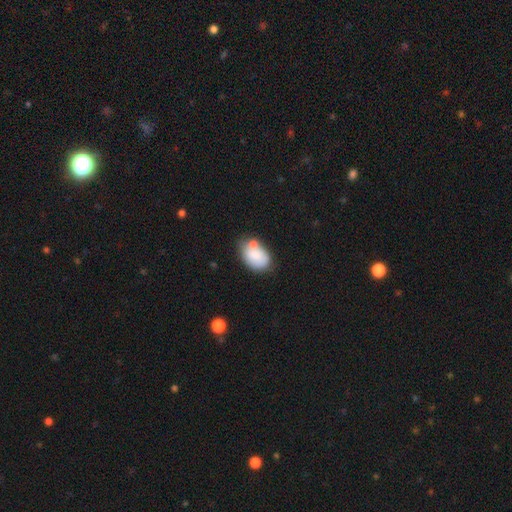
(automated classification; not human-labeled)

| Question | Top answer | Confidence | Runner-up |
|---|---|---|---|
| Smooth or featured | smooth | 76% | featured or disk (17%) |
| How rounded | in between | 86% | round (12%) |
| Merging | none | 48% | merger (23%) |